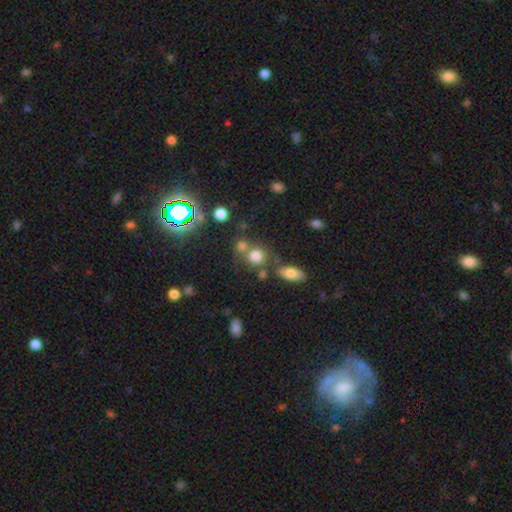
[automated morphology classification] Smooth or featured? smooth (76%)
How rounded? round (82%)
Merging? none (57%)